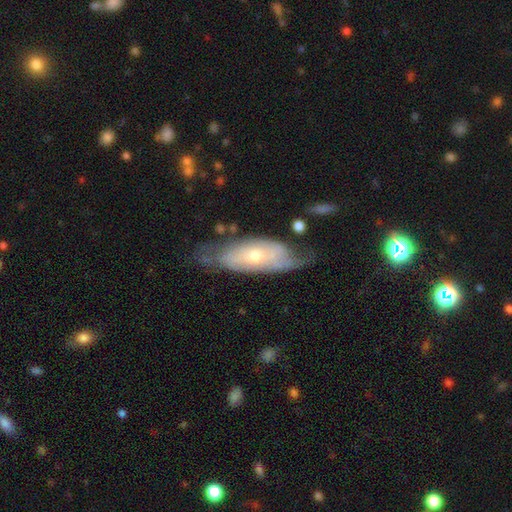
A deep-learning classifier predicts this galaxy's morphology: smooth-or-featured: featured or disk: 63% | smooth: 31% | star or artifact: 6%
  disk-edge-on: no: 82% | yes: 18%
    bar: no: 74% | weak: 21% | strong: 6%
    has-spiral-arms: yes: 74% | no: 26%
    bulge-size: small: 52% | moderate: 43% | large: 2% | none: 1% | dominant: 1%
  merging: none: 51% | minor disturbance: 29% | major disturbance: 16% | merger: 3%